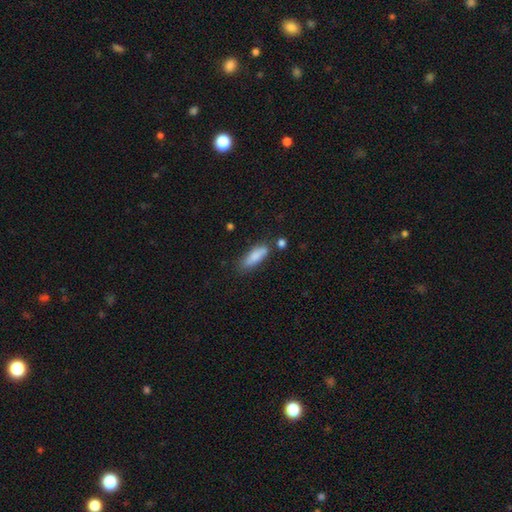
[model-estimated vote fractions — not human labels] Smooth or featured?
  - smooth: 81% *
  - featured or disk: 12%
  - star or artifact: 7%
How rounded?
  - in between: 56% *
  - cigar-shaped: 42%
  - round: 2%
Merging?
  - none: 67% *
  - minor disturbance: 20%
  - merger: 9%
  - major disturbance: 5%